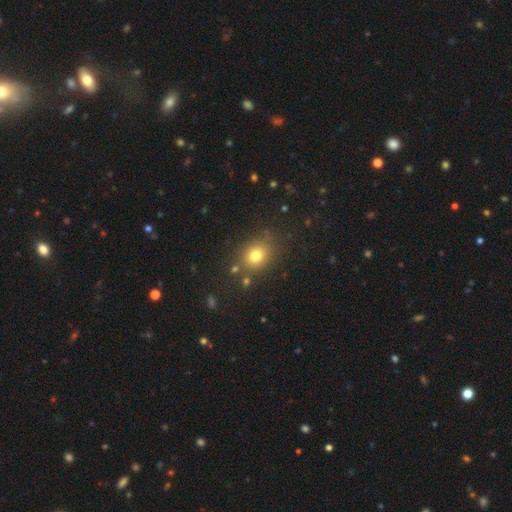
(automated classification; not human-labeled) Morphology: type=smooth (76%); roundness=round (63%); merging=none (79%).